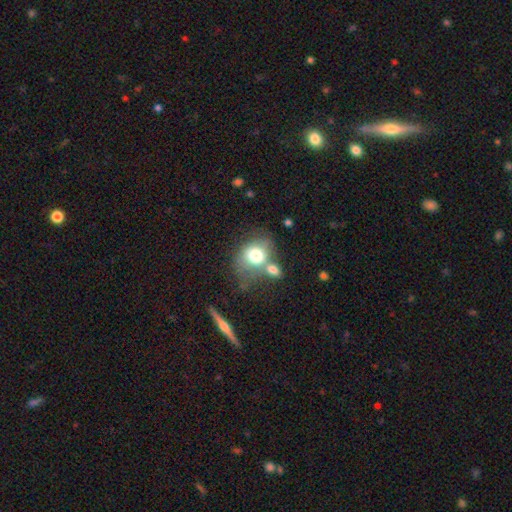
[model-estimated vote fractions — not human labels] Smooth or featured? Predicted: smooth (p=0.71). How rounded? Predicted: round (p=0.55). Merging? Predicted: none (p=0.38).